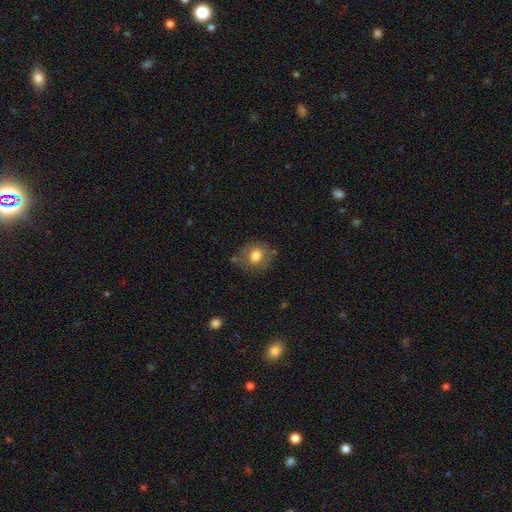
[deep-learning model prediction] A smooth galaxy with no disk features (72%) that is round (64%). Merging: none (67%).